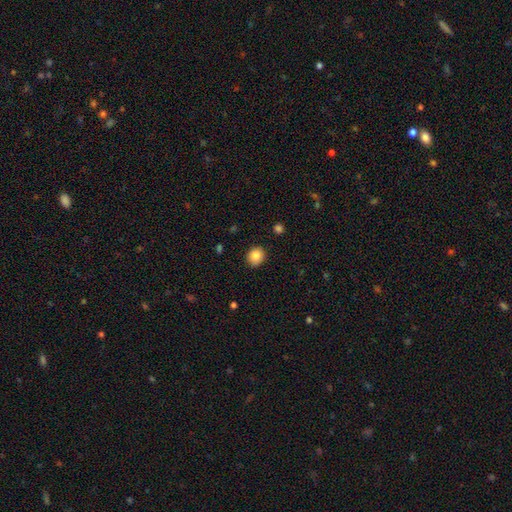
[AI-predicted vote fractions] Smooth or featured?
  - smooth: 86% *
  - star or artifact: 9%
  - featured or disk: 4%
How rounded?
  - round: 78% *
  - in between: 21%
  - cigar-shaped: 1%
Merging?
  - none: 87% *
  - minor disturbance: 9%
  - major disturbance: 2%
  - merger: 1%